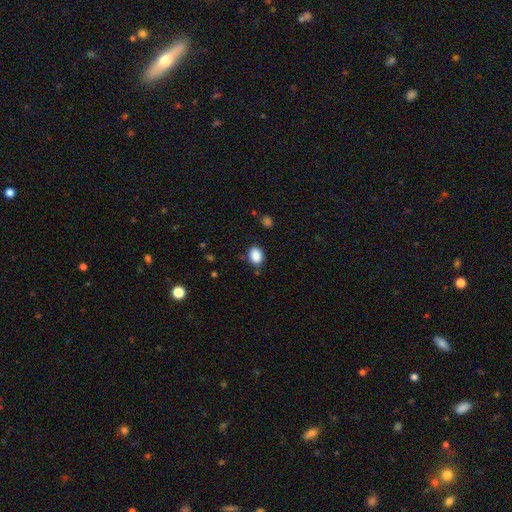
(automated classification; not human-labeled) The model was most divided on "how rounded": in between: 61%, round: 38%, cigar-shaped: 1%. More confident: smooth or featured — smooth (88%); merging — none (80%).